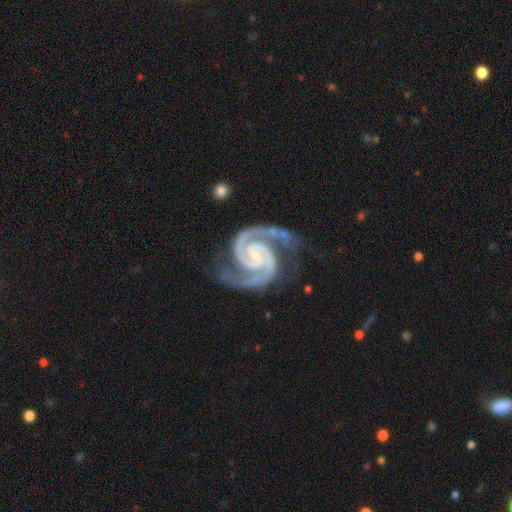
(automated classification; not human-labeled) smooth-or-featured: featured or disk: 95% | star or artifact: 3% | smooth: 2%
  disk-edge-on: no: 98% | yes: 2%
    bar: no: 41% | weak: 36% | strong: 23%
    has-spiral-arms: yes: 99% | no: 1%
      spiral-winding: tight: 58% | medium: 38% | loose: 3%
      spiral-arm-count: 2: 93% | 3: 3% | can't tell: 1% | 4: 1% | 1: 1% | more than 4: 1%
    bulge-size: small: 74% | moderate: 14% | none: 10% | large: 1% | dominant: 1%
  merging: none: 72% | minor disturbance: 18% | major disturbance: 7% | merger: 3%